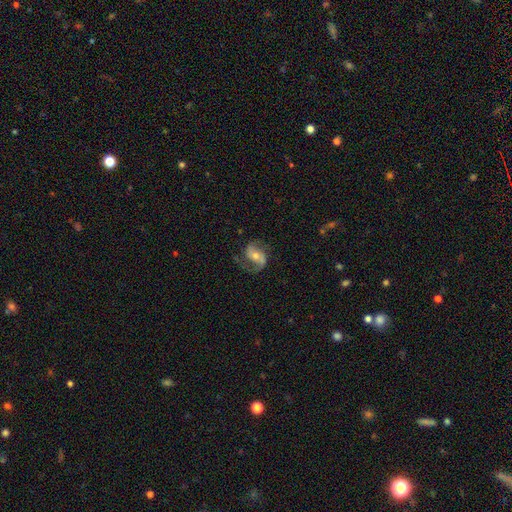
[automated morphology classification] A featured or disk galaxy (84%) with no bar (44%), 2 (87%) medium (49%) spiral arms (96%) and a moderate central bulge (54%). Merging: none (71%).